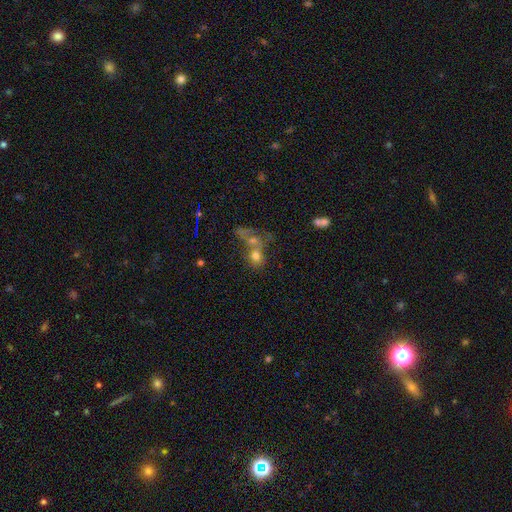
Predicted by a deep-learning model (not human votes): smooth 66%, featured or disk 18%, star or artifact 15%. Down the decision tree: how rounded — round (64%); merging — merger (59%).